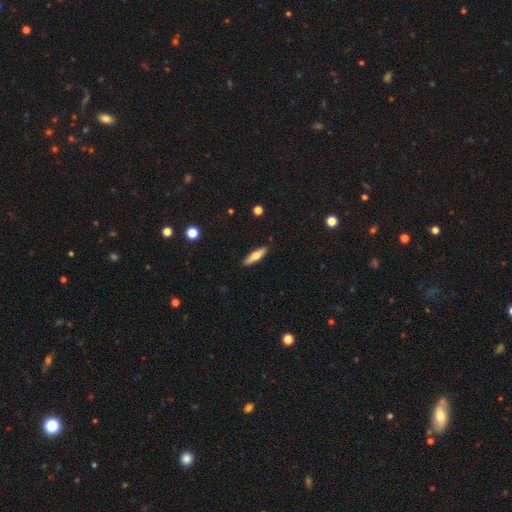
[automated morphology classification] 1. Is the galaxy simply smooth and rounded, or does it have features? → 64% smooth, 30% featured or disk, 6% star or artifact.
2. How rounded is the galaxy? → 71% cigar-shaped, 27% in between, 2% round.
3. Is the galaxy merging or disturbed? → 90% none, 7% minor disturbance, 2% major disturbance, 1% merger.